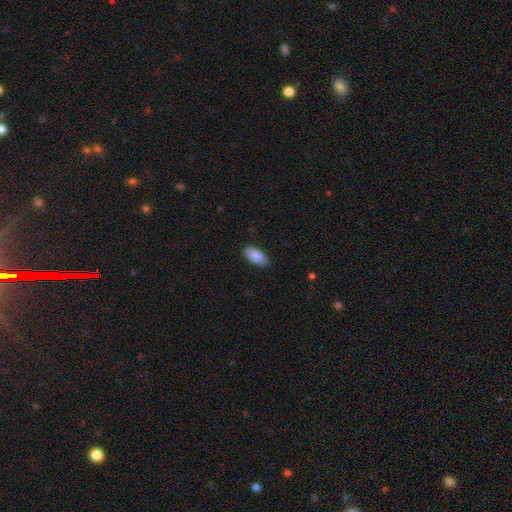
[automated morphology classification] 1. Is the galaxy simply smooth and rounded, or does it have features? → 85% smooth, 9% featured or disk, 6% star or artifact.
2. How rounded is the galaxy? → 90% in between, 8% cigar-shaped, 2% round.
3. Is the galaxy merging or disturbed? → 80% none, 16% minor disturbance, 3% major disturbance, 1% merger.